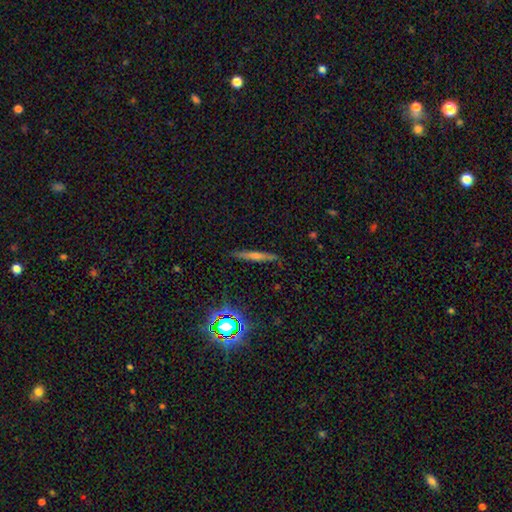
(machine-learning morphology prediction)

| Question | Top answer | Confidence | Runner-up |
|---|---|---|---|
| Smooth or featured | smooth | 43% | featured or disk (42%) |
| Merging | none | 86% | minor disturbance (10%) |